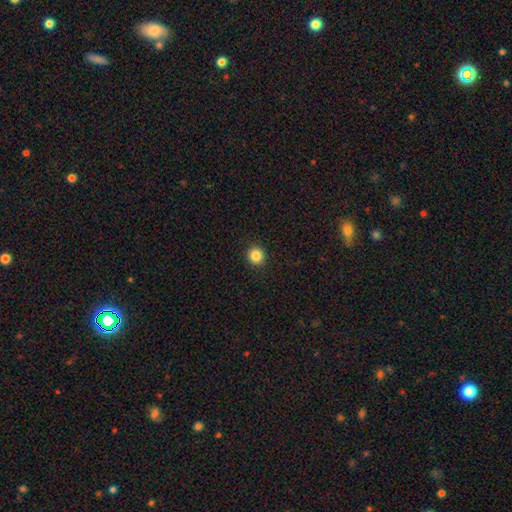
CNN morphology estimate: Overall: smooth (85%). How rounded: round (92%). Merging: none (93%).